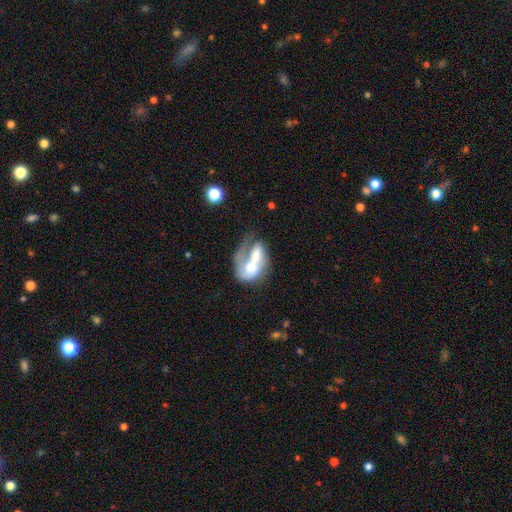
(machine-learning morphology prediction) A smooth galaxy with no disk features (47%). Merging: merger (67%).